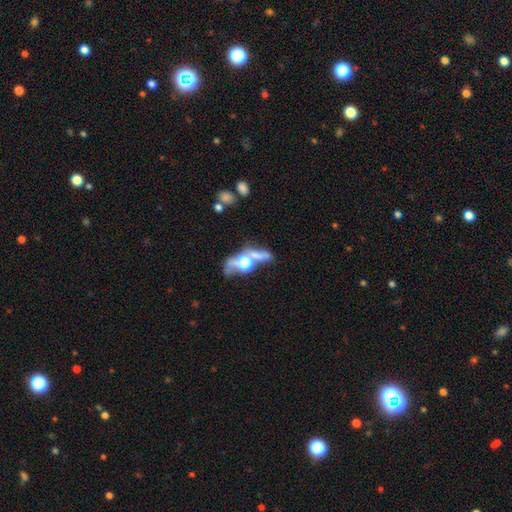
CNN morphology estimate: A smooth galaxy with no disk features (36%, tied with featured or disk). Merging: merger (38%).